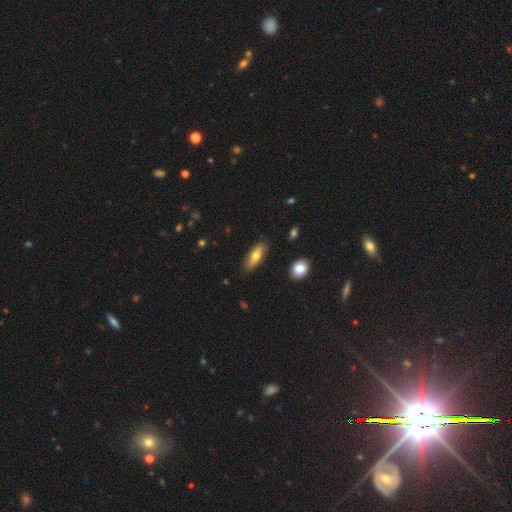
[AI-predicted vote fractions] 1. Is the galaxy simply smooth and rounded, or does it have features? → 65% smooth, 29% featured or disk, 7% star or artifact.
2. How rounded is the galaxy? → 61% in between, 36% cigar-shaped, 3% round.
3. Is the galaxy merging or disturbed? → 84% none, 12% minor disturbance, 2% major disturbance, 2% merger.